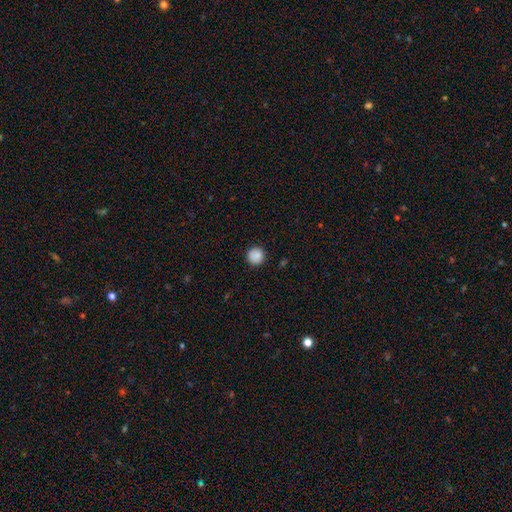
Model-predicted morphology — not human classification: Smooth or featured: smooth — 88% (star or artifact — 9%)
How rounded: round — 95% (in between — 4%)
Merging: none — 91% (minor disturbance — 7%)